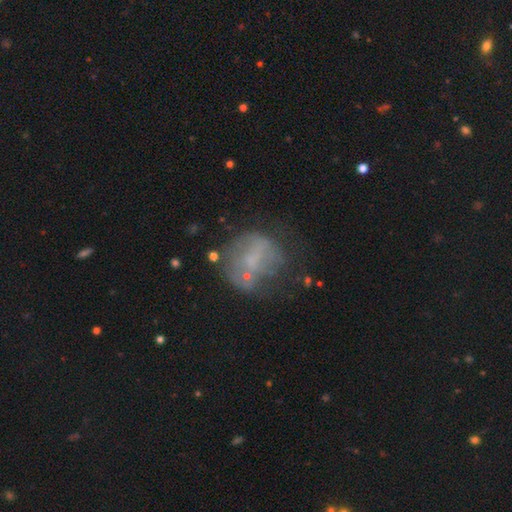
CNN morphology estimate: Smooth or featured?
  - featured or disk: 43% *
  - smooth: 35%
  - star or artifact: 22%
Merging?
  - none: 56% *
  - minor disturbance: 21%
  - major disturbance: 16%
  - merger: 6%